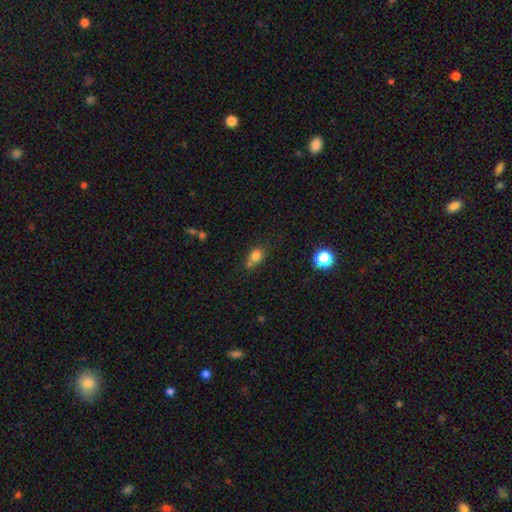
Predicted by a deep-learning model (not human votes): Smooth or featured? Predicted: smooth (p=0.75). How rounded? Predicted: in between (p=0.56). Merging? Predicted: none (p=0.40).